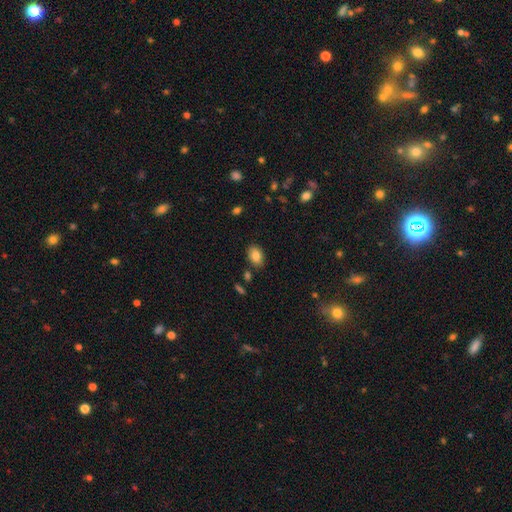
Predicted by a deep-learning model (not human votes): The model was most divided on "how rounded": in between: 85%, round: 14%, cigar-shaped: 1%. More confident: smooth or featured — smooth (84%); merging — none (83%).